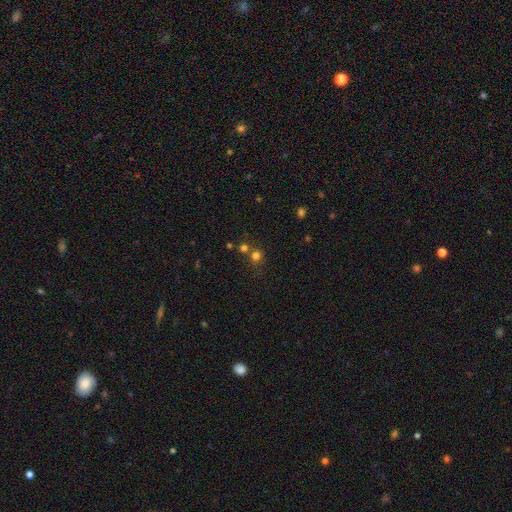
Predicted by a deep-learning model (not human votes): A smooth galaxy with no disk features (70%) that is round (90%).

Vote fractions:
- Smooth or featured? smooth: 70% / star or artifact: 23% / featured or disk: 7%
- How rounded? round: 90% / in between: 9% / cigar-shaped: 1%
- Merging? none: 64% / merger: 26% / minor disturbance: 7% / major disturbance: 3%